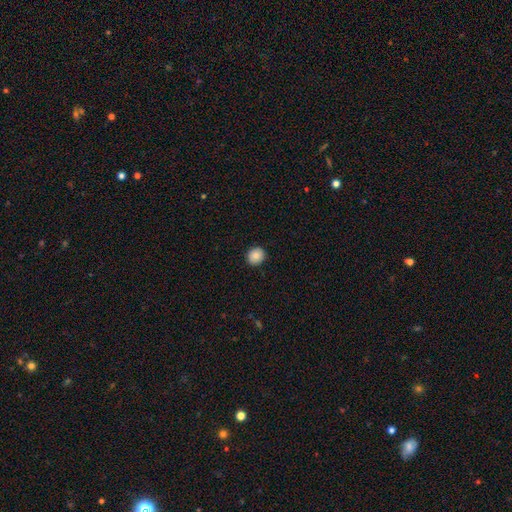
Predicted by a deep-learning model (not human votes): Q: Smooth or featured?
A: smooth (83%); runner-up: featured or disk (9%)
Q: How rounded?
A: round (84%); runner-up: in between (15%)
Q: Merging?
A: none (90%); runner-up: minor disturbance (7%)